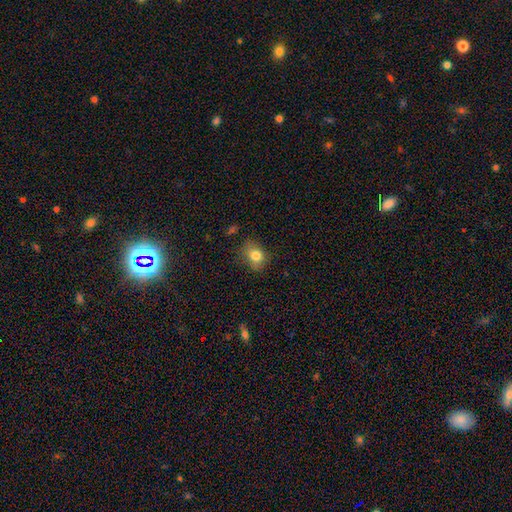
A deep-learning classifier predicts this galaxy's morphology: A smooth galaxy with no disk features (80%) that is in between round and cigar-shaped (57%). Merging: none (73%).